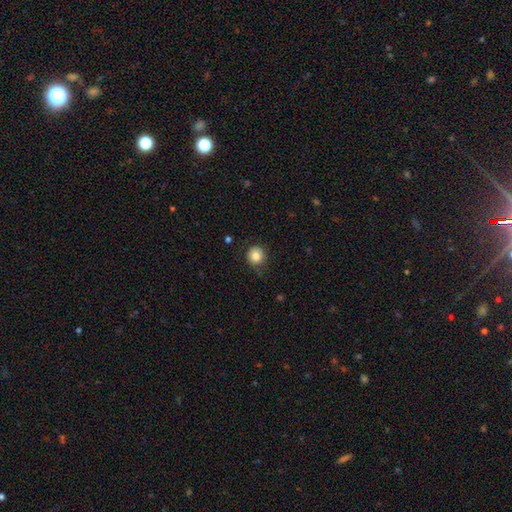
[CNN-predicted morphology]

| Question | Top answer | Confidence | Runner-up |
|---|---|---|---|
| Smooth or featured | smooth | 84% | star or artifact (10%) |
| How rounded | round | 91% | in between (8%) |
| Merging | none | 75% | minor disturbance (19%) |